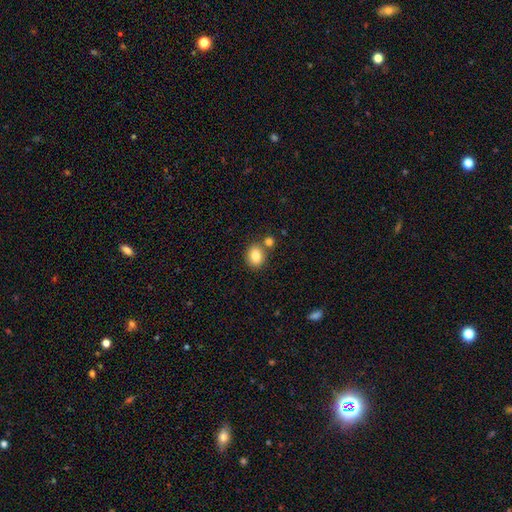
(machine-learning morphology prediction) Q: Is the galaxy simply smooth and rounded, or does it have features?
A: smooth — 81%.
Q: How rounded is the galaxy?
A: round — 56%.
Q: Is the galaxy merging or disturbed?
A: none — 67%.